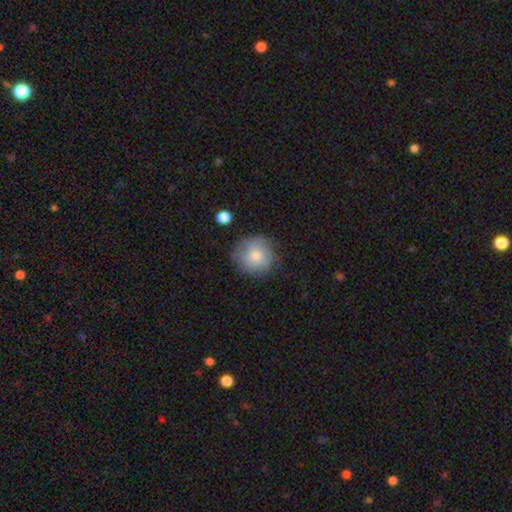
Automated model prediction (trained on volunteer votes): A smooth galaxy with no disk features (76%) that is round (92%). Merging: none (75%).